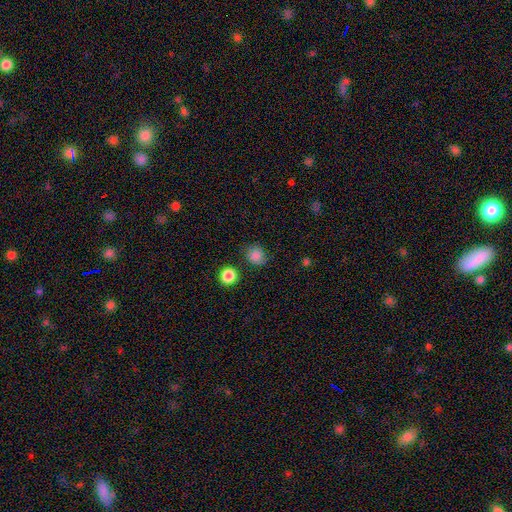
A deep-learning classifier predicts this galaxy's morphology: Overall: smooth (84%). How rounded: round (81%). Merging: none (78%).